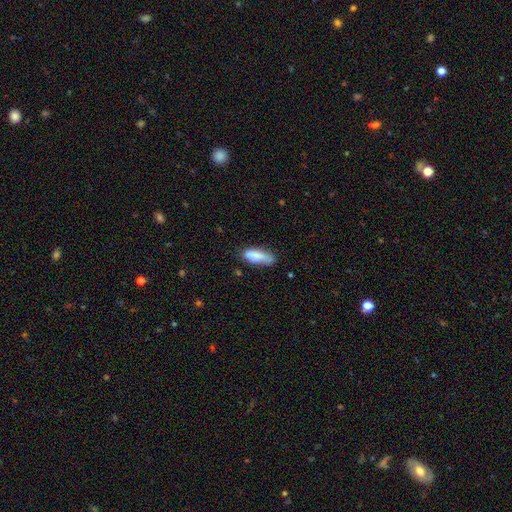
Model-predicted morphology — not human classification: Q: Smooth or featured?
A: smooth (83%); runner-up: featured or disk (11%)
Q: How rounded?
A: in between (62%); runner-up: cigar-shaped (36%)
Q: Merging?
A: none (65%); runner-up: minor disturbance (27%)